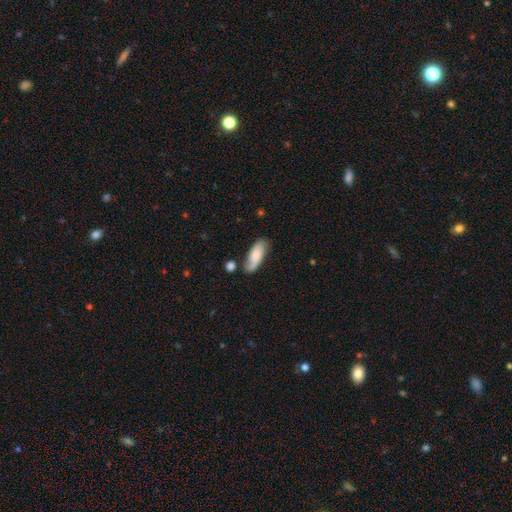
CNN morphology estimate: A smooth galaxy with no disk features (70%) that is in between round and cigar-shaped (76%). Merging: none (59%).